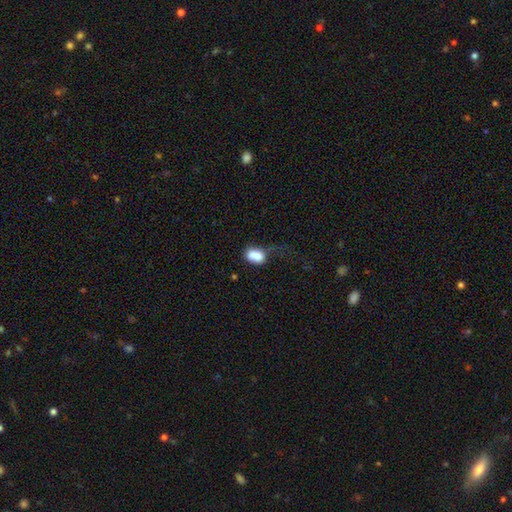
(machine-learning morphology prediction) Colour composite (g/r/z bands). It shows a smooth galaxy with no disk features (73%) that is in between round and cigar-shaped (69%). Merging: merger (34%).